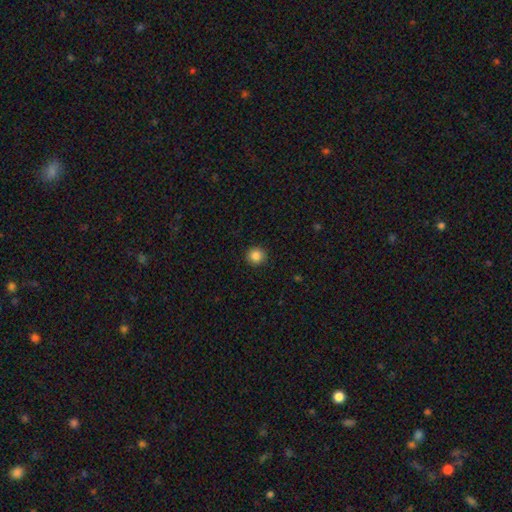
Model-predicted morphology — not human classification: A smooth galaxy with no disk features (86%) that is round (94%). Merging: none (92%).